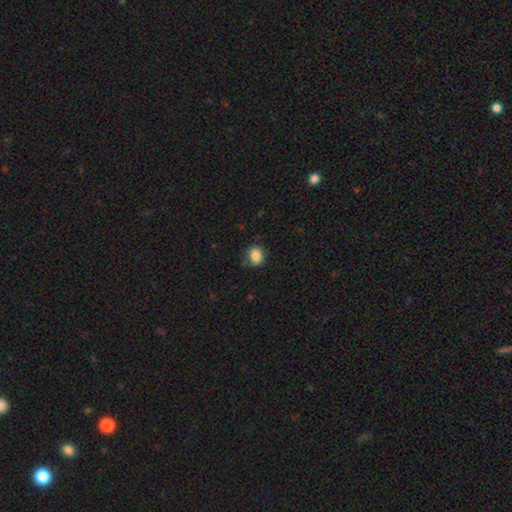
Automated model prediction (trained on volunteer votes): This appears to be a smooth galaxy with no disk features (86%) that is in between round and cigar-shaped (52%). Merging: none (74%).